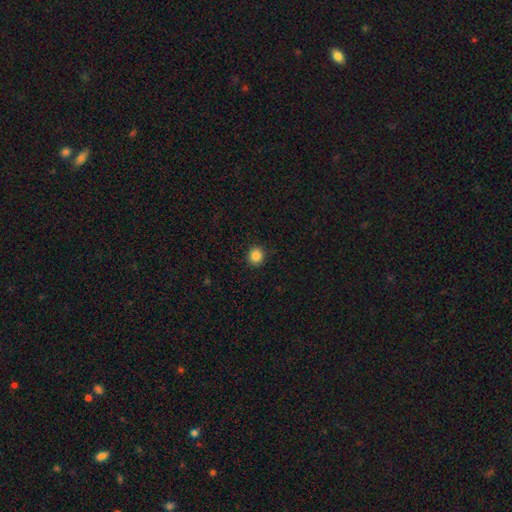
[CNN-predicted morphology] type=smooth (86%); roundness=round (89%); merging=none (92%).